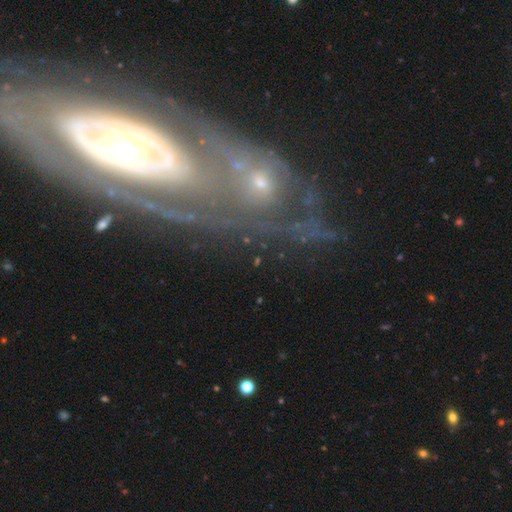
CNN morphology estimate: Overall: featured or disk (77%). Edge-on disk: no (90%). Bar: no (69%). Spiral arms: yes (69%; no 31%). Bulge size: moderate (47%; small 37%). Merging: none (45%; merger 27%).